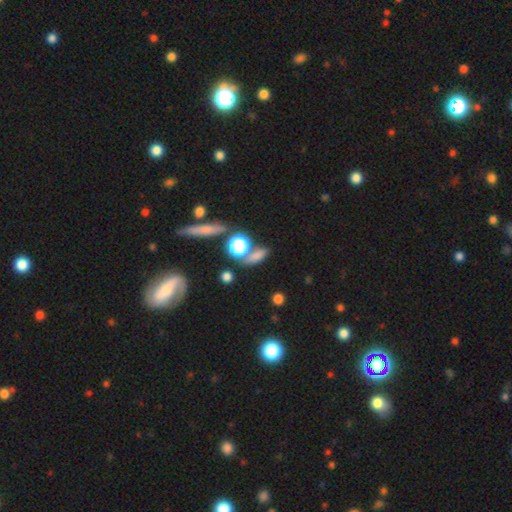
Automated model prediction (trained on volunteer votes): smooth-or-featured: smooth: 70% | star or artifact: 18% | featured or disk: 12%
  how-rounded: in between: 40% | cigar-shaped: 34% | round: 26%
  merging: none: 63% | merger: 19% | minor disturbance: 13% | major disturbance: 6%